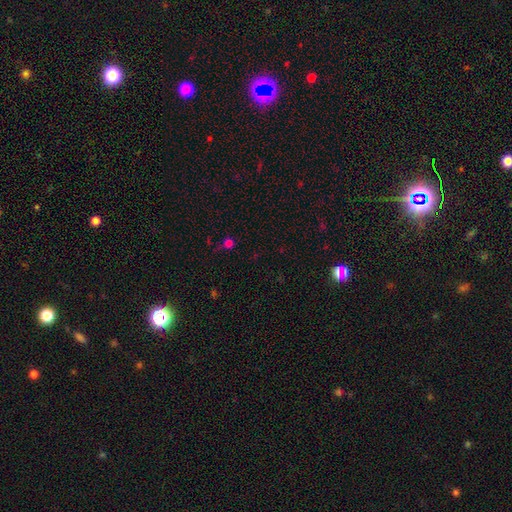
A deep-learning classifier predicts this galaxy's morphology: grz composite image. It shows a star or artifact, not a galaxy (56%).